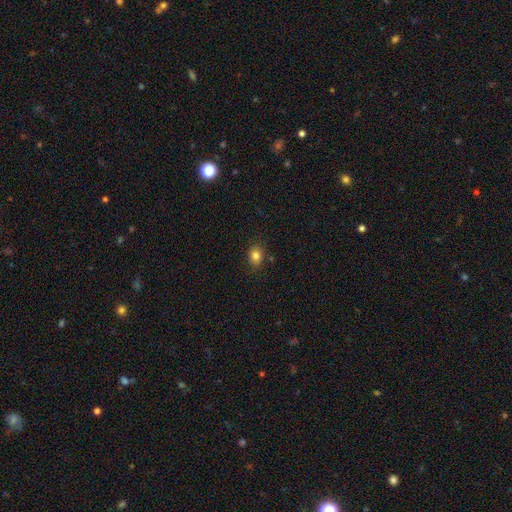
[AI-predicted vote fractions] smooth 82%, star or artifact 11%, featured or disk 7%. Down the decision tree: how rounded — in between (53%); merging — none (84%).